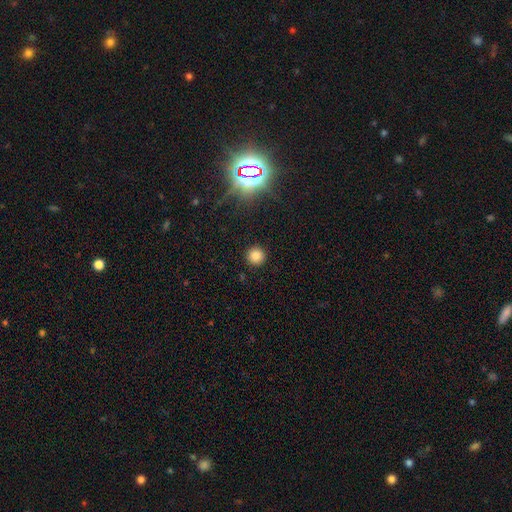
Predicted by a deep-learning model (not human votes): Smooth or featured?
  - smooth: 82% *
  - star or artifact: 14%
  - featured or disk: 4%
How rounded?
  - round: 95% *
  - in between: 4%
  - cigar-shaped: 1%
Merging?
  - none: 91% *
  - minor disturbance: 5%
  - major disturbance: 2%
  - merger: 1%